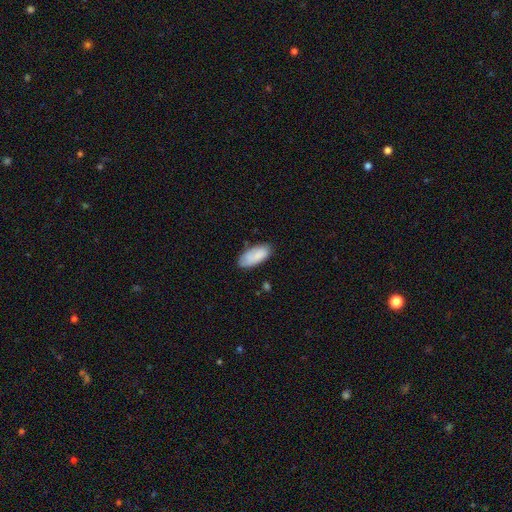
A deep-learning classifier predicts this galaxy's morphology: A smooth galaxy with no disk features (82%) that is in between round and cigar-shaped (89%). Merging: none (72%).